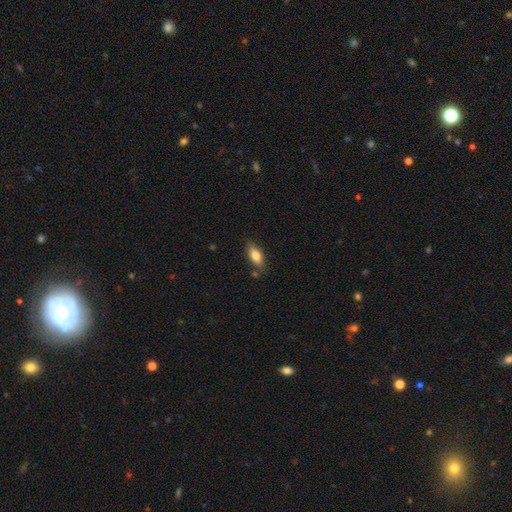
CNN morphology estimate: Smooth or featured?
  - smooth: 78% *
  - featured or disk: 15%
  - star or artifact: 7%
How rounded?
  - in between: 81% *
  - cigar-shaped: 16%
  - round: 3%
Merging?
  - none: 76% *
  - minor disturbance: 17%
  - merger: 5%
  - major disturbance: 3%